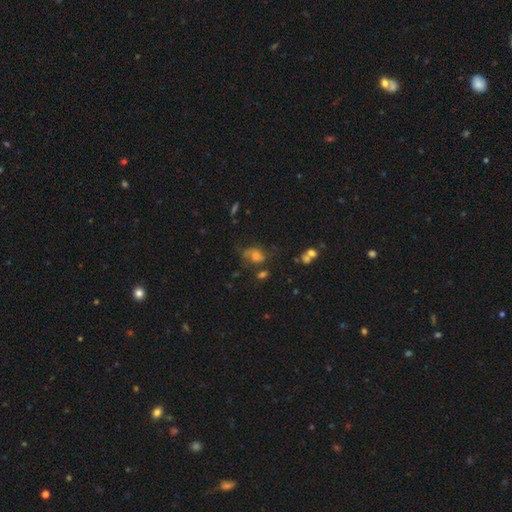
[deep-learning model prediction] This appears to be a smooth galaxy with no disk features (54%) that is in between round and cigar-shaped (60%). Merging: none (50%).